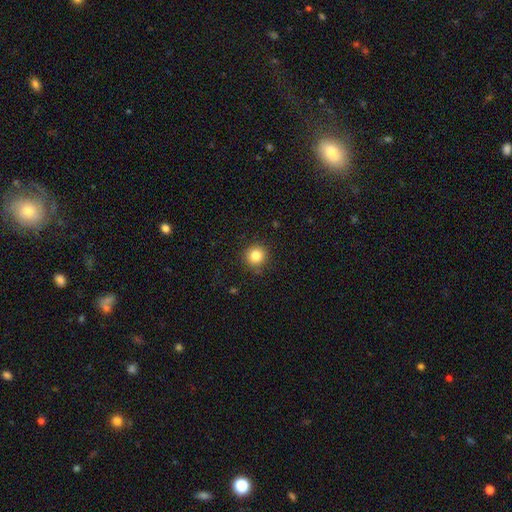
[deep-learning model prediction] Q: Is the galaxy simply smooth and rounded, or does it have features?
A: smooth — 83%.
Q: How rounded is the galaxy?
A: round — 93%.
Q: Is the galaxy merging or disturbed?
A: none — 88%.